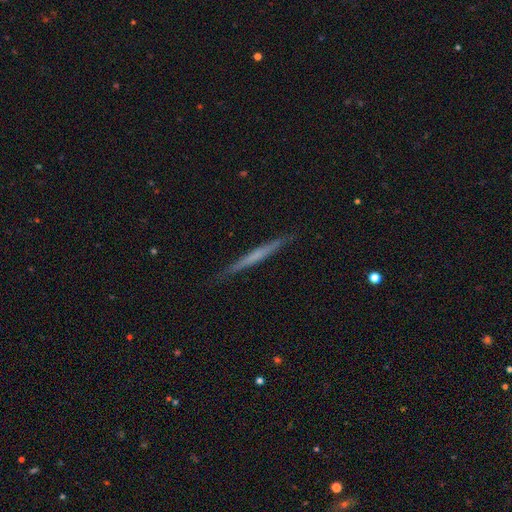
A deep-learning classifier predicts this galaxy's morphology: Smooth or featured: featured or disk — 51% (smooth — 43%)
Edge-on disk: yes — 97% (no — 3%)
Merging: none — 89% (minor disturbance — 8%)